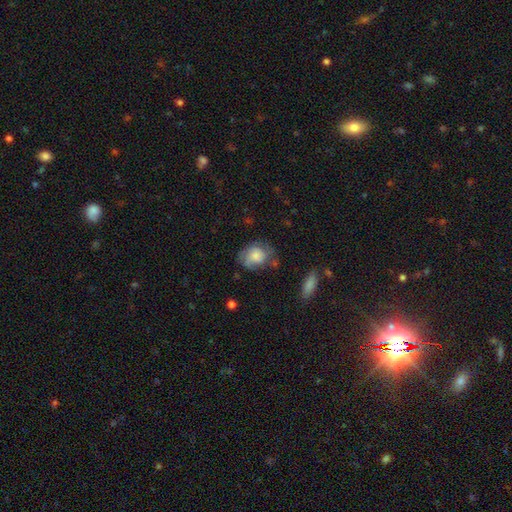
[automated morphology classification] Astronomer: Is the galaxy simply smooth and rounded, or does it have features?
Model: smooth — 61%.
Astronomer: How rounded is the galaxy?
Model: in between — 50% (runner-up: round, 48%).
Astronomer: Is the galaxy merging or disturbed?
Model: none — 48% (runner-up: minor disturbance, 30%).